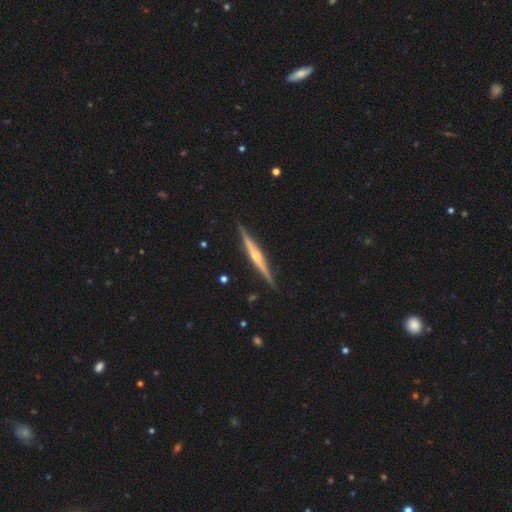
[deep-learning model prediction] featured or disk 81%, smooth 14%, star or artifact 5%. Down the decision tree: edge-on disk — yes (98%); edge-on bulge — rounded (88%); merging — none (90%).